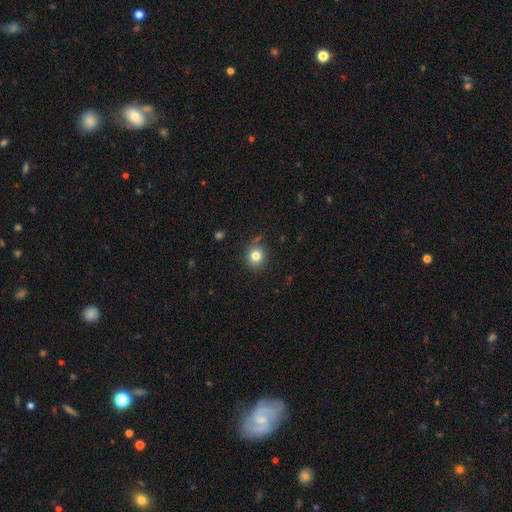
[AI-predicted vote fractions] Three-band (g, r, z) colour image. It shows a smooth galaxy with no disk features (80%) that is round (82%). Merging: none (78%).